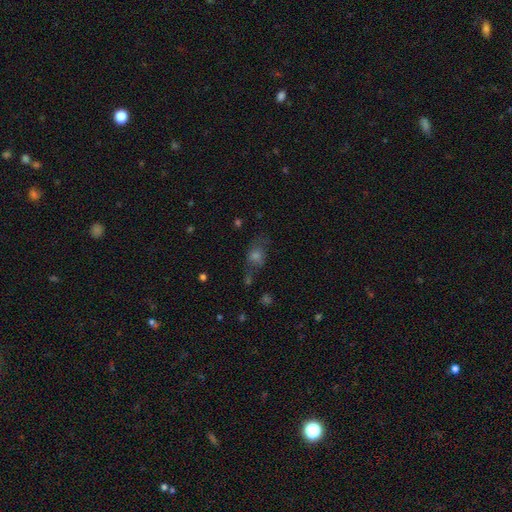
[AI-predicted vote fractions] This is possibly a smooth galaxy (48%). Merging: possibly none (57%).